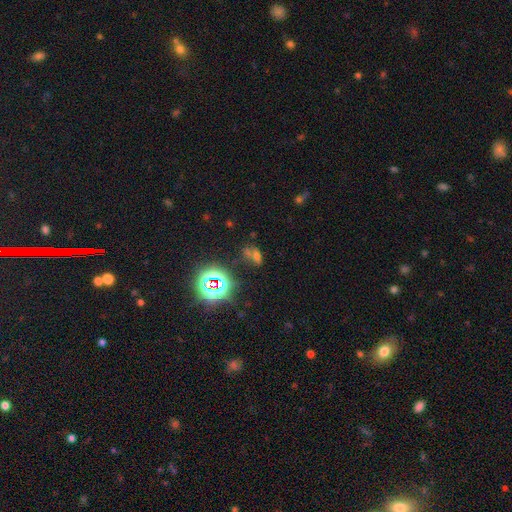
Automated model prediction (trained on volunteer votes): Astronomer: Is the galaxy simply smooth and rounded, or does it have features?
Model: star or artifact — 48% (runner-up: smooth, 37%).